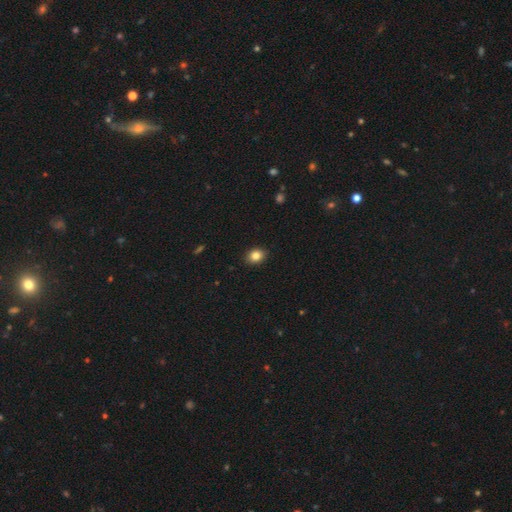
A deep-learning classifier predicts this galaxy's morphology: smooth-or-featured: smooth: 85% | star or artifact: 10% | featured or disk: 6%
  how-rounded: in between: 55% | round: 44% | cigar-shaped: 1%
  merging: none: 89% | minor disturbance: 8% | major disturbance: 2% | merger: 1%